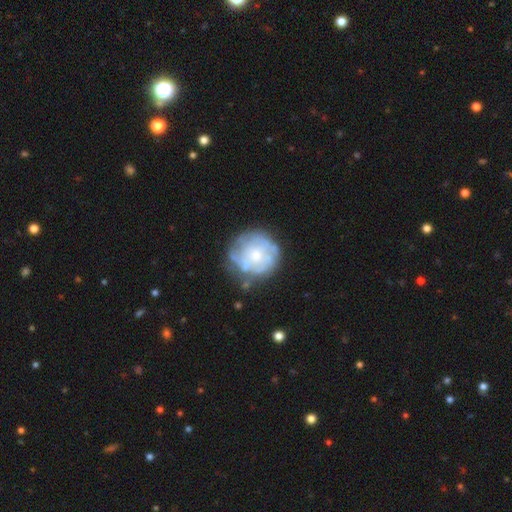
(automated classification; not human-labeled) Smooth or featured: featured or disk — 63% (smooth — 31%)
Edge-on disk: no — 98% (yes — 2%)
Bar: no — 84% (weak — 13%)
Spiral arms: no — 50% (tied with yes — 50%)
Bulge size: moderate — 46% (small — 45%)
Merging: none — 65% (minor disturbance — 21%)